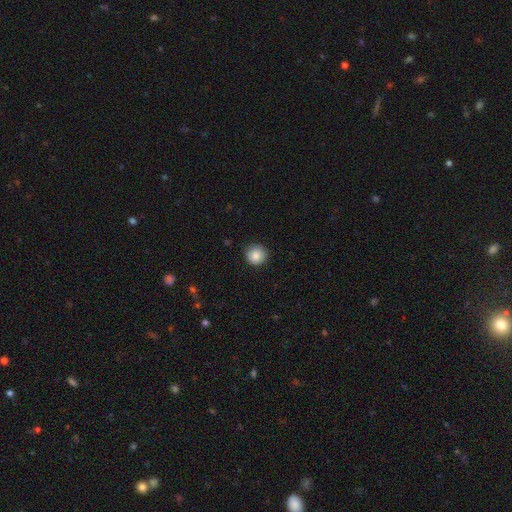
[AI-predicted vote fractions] Smooth or featured? smooth (86%)
How rounded? round (93%)
Merging? none (87%)